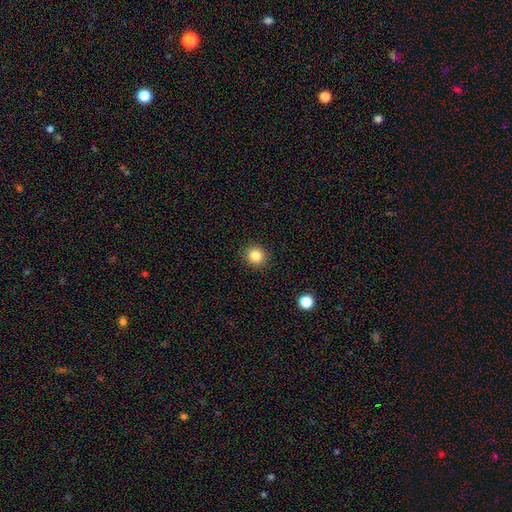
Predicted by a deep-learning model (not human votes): Overall: smooth (83%). How rounded: round (90%). Merging: none (92%).